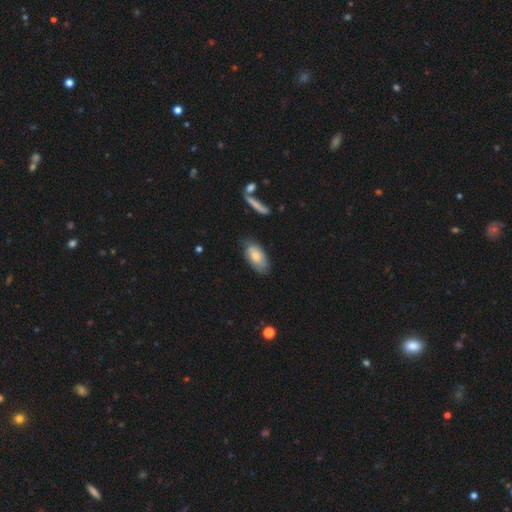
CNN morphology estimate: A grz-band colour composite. It shows a smooth galaxy with no disk features (66%) that is in between round and cigar-shaped (91%). Merging: none (66%).